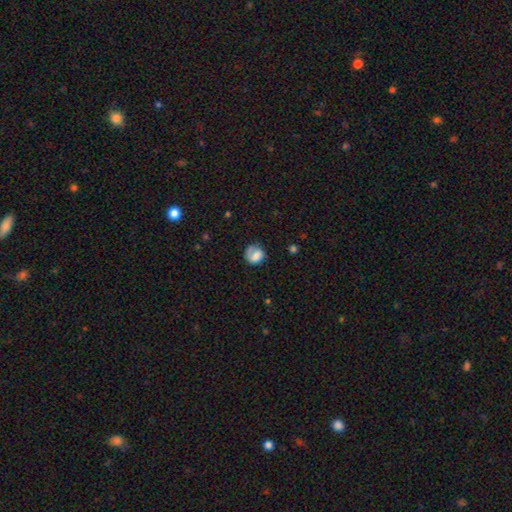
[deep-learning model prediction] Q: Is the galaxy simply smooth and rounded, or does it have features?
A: smooth — 64%.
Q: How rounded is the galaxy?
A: round — 66%.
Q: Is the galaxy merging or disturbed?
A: none — 50%.